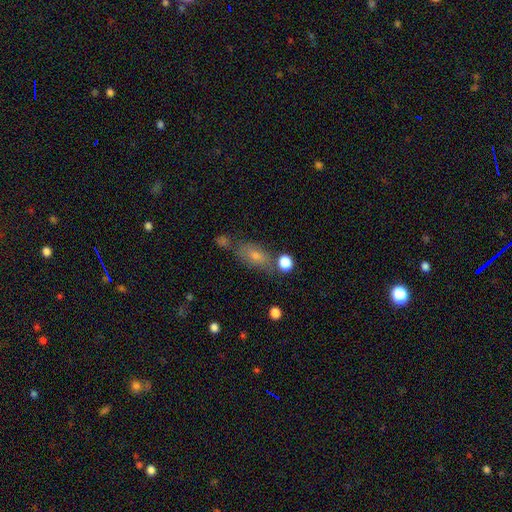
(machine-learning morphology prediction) A smooth galaxy with no disk features (61%) that is in between round and cigar-shaped (77%). Merging: none (64%).